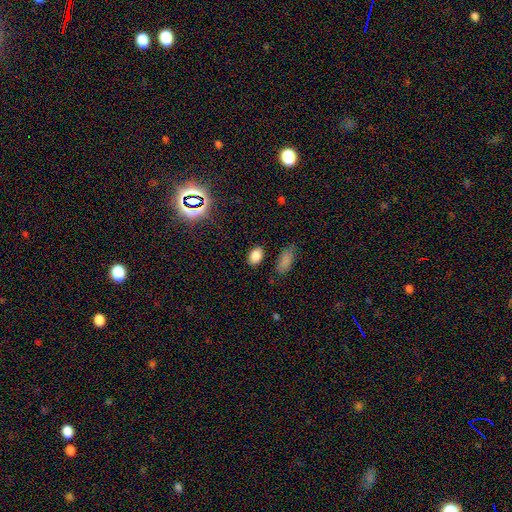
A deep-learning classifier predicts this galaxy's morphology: type=smooth (83%); roundness=in between (85%); merging=none (83%).